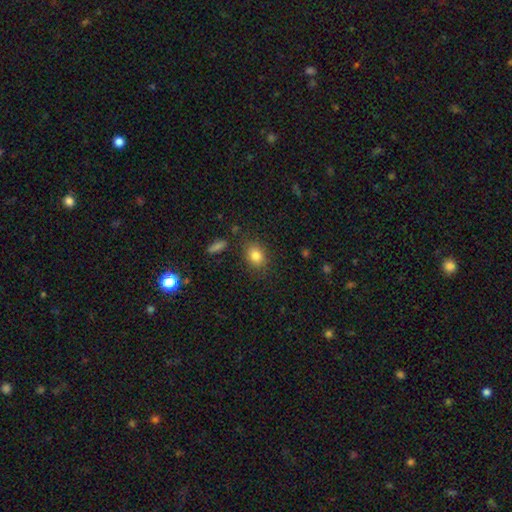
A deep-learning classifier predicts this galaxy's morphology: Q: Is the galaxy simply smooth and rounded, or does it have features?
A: smooth — 83%.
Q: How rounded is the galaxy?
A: in between — 60%.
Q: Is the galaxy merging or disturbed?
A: none — 81%.